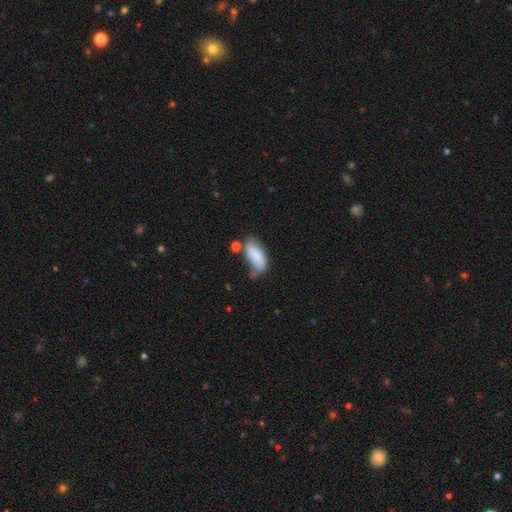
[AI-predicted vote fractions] Q: Smooth or featured?
A: smooth (79%); runner-up: featured or disk (14%)
Q: How rounded?
A: in between (86%); runner-up: cigar-shaped (11%)
Q: Merging?
A: none (40%); runner-up: minor disturbance (34%)